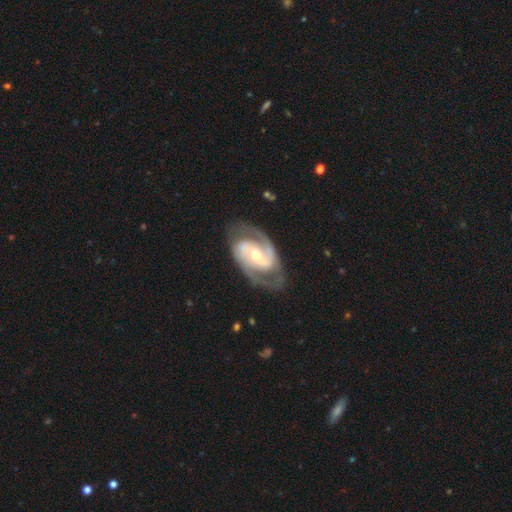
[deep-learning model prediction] Morphology: type=featured or disk (89%); edge-on=no (96%); bar=weak (40%); spiral arms=yes (96%); winding=medium (51%); arm count=2 (87%); bulge=moderate (58%); merging=none (76%).